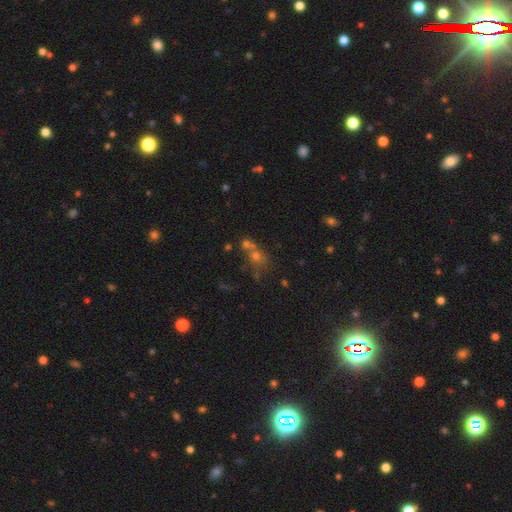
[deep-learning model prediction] Smooth or featured? Predicted: smooth (p=0.47). Merging? Predicted: merger (p=0.43).